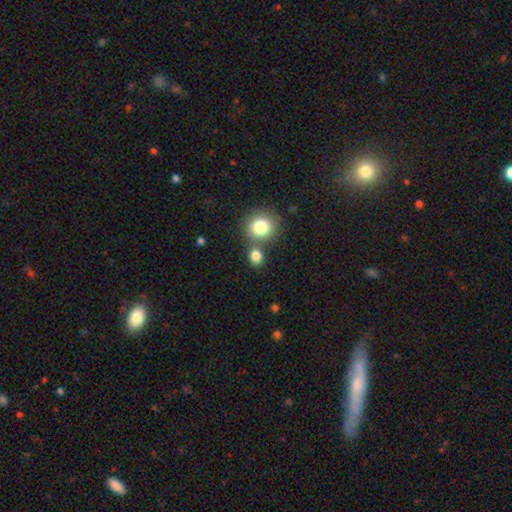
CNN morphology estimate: type=smooth (82%); roundness=round (67%); merging=none (60%).